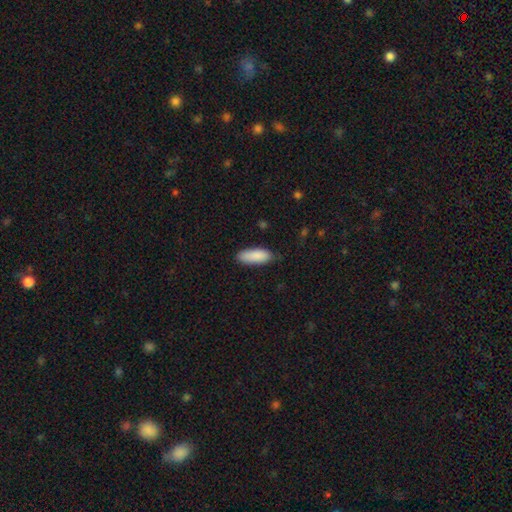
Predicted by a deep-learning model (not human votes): Smooth or featured: smooth — 89% (star or artifact — 6%)
How rounded: in between — 71% (cigar-shaped — 27%)
Merging: none — 76% (minor disturbance — 19%)